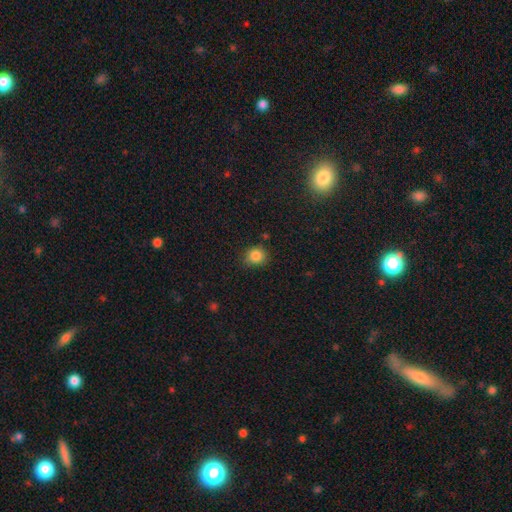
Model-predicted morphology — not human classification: smooth-or-featured: smooth: 84% | star or artifact: 11% | featured or disk: 5%
  how-rounded: round: 82% | in between: 17% | cigar-shaped: 1%
  merging: none: 80% | minor disturbance: 15% | major disturbance: 3% | merger: 2%